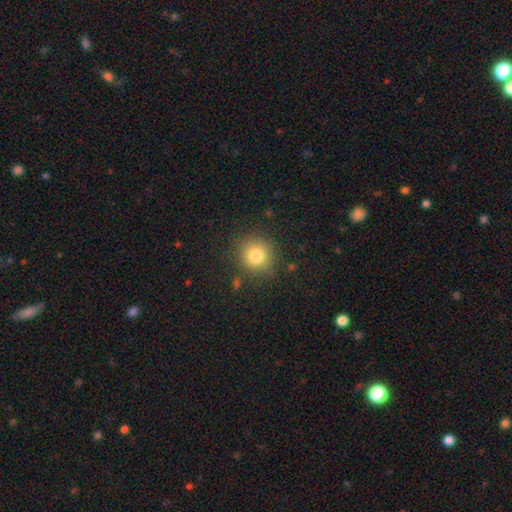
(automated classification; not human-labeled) A smooth galaxy with no disk features (81%) that is round (90%).

Vote fractions:
- Smooth or featured? smooth: 81% / star or artifact: 11% / featured or disk: 7%
- How rounded? round: 90% / in between: 9% / cigar-shaped: 1%
- Merging? none: 85% / minor disturbance: 9% / major disturbance: 4% / merger: 2%